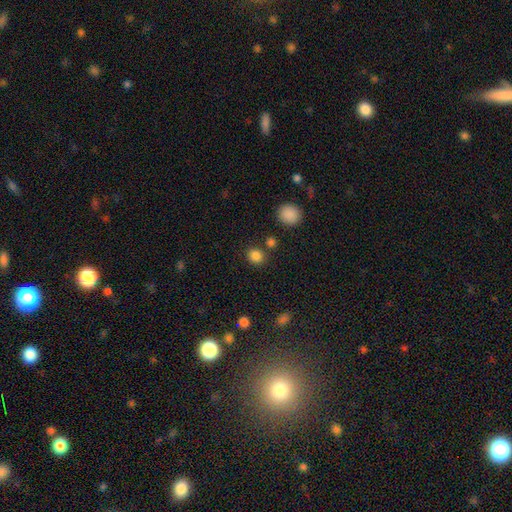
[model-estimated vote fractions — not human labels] Smooth or featured? Predicted: smooth (p=0.83). How rounded? Predicted: round (p=0.78). Merging? Predicted: none (p=0.79).